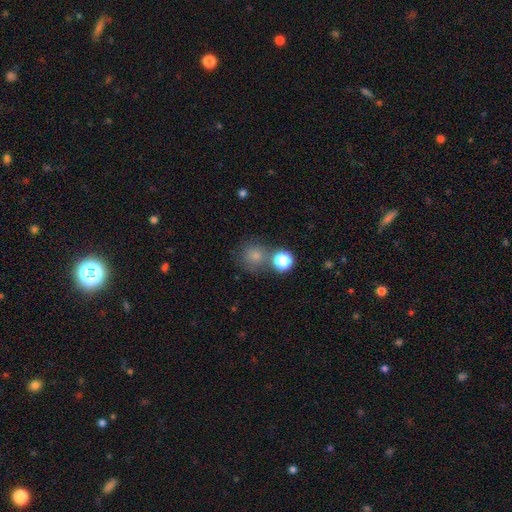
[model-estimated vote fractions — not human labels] Smooth or featured? smooth (76%)
How rounded? round (90%)
Merging? none (67%)